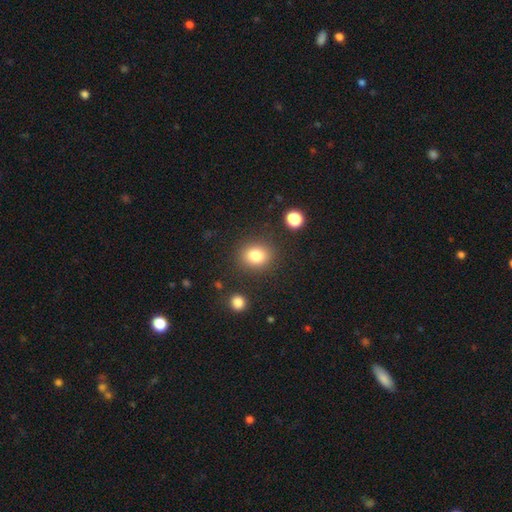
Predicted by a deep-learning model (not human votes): Q: Smooth or featured?
A: smooth (81%); runner-up: star or artifact (11%)
Q: How rounded?
A: round (70%); runner-up: in between (29%)
Q: Merging?
A: none (85%); runner-up: minor disturbance (9%)